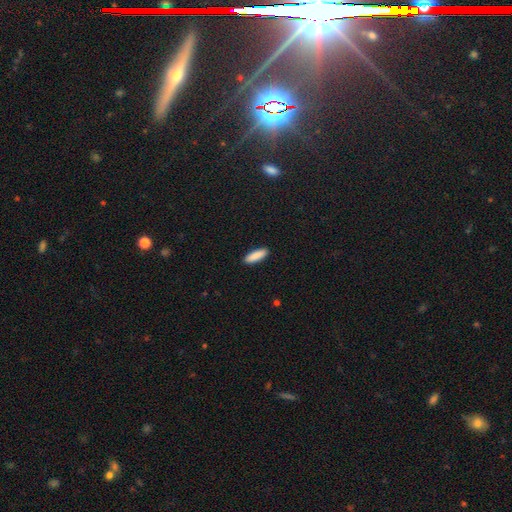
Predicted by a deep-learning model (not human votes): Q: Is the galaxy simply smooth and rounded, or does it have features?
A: smooth — 90%.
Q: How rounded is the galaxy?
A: cigar-shaped — 51%.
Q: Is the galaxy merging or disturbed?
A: none — 91%.